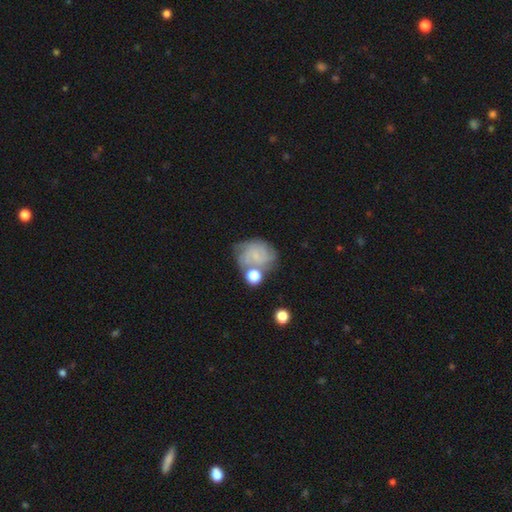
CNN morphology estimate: smooth-or-featured: featured or disk: 55% | smooth: 35% | star or artifact: 11%
  disk-edge-on: no: 98% | yes: 2%
    bar: no: 74% | weak: 22% | strong: 4%
    has-spiral-arms: yes: 83% | no: 17%
    bulge-size: small: 45% | none: 38% | moderate: 12% | large: 3% | dominant: 2%
  merging: none: 50% | minor disturbance: 23% | merger: 14% | major disturbance: 13%